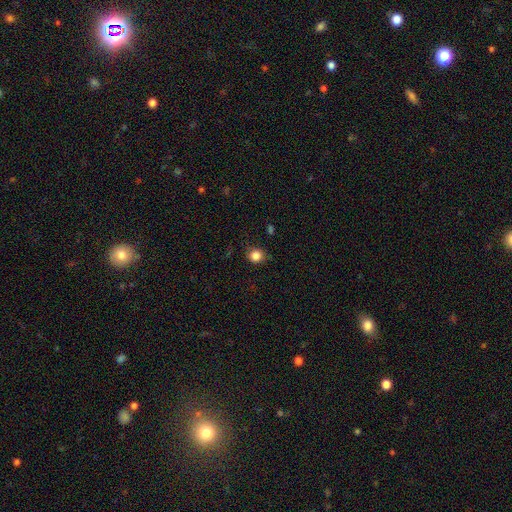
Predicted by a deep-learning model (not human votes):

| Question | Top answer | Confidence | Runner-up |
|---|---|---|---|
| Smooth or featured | smooth | 84% | star or artifact (11%) |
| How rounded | round | 83% | in between (16%) |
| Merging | none | 78% | minor disturbance (17%) |